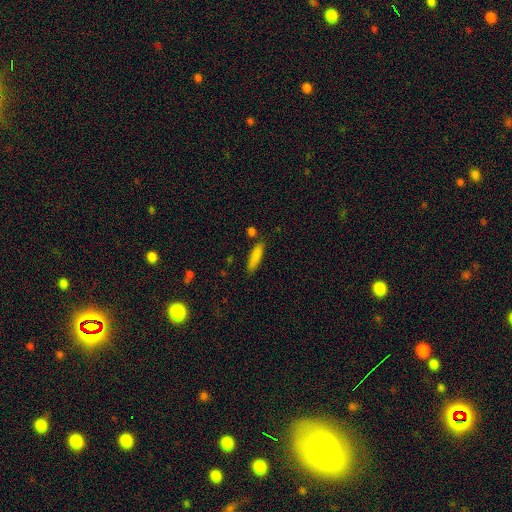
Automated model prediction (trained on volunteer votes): A smooth galaxy with no disk features (84%) that is cigar-shaped (74%). Merging: none (82%).